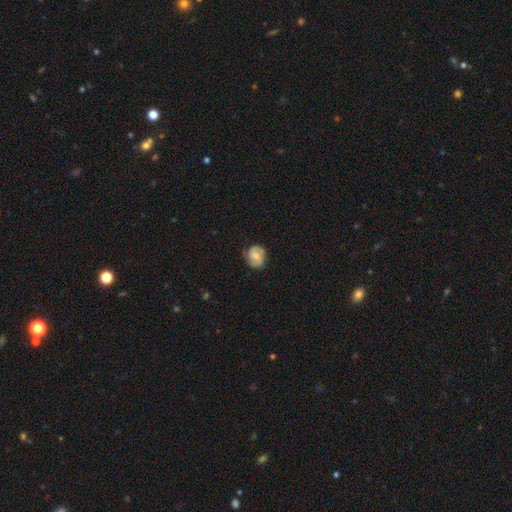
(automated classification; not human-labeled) Q: Smooth or featured?
A: smooth (48%); runner-up: featured or disk (44%)
Q: Merging?
A: none (75%); runner-up: minor disturbance (19%)